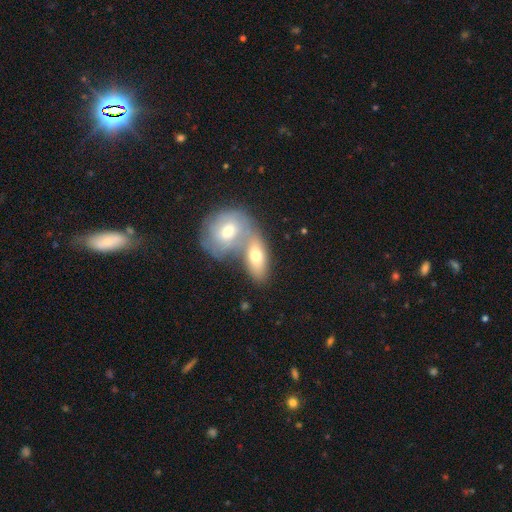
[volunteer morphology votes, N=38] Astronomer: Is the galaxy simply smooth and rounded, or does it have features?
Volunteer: smooth — 68%.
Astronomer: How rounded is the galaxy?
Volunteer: in between — 69%.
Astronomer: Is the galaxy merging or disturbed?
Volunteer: merger — 63%.